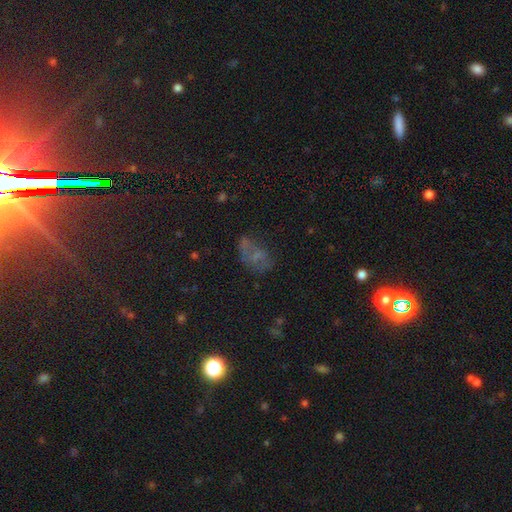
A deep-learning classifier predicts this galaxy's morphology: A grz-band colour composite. It shows a smooth galaxy with no disk features (44%). Merging: none (42%).